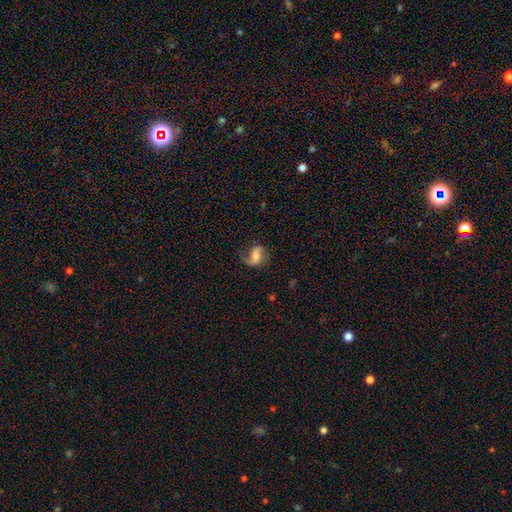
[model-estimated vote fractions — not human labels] A featured or disk galaxy (62%) with a weak bar (41%), 2 (60%) loose (60%) spiral arms (90%) and a moderate central bulge (36%).

Vote fractions:
- Smooth or featured? featured or disk: 62% / smooth: 30% / star or artifact: 9%
- Edge-on disk? no: 97% / yes: 3%
- Bar? weak: 41% / no: 39% / strong: 19%
- Spiral arms? yes: 90% / no: 10%
- Spiral winding? loose: 60% / medium: 31% / tight: 8%
- Spiral arm count? 2: 60% / 1: 35% / can't tell: 3% / 3: 1% / 4: 1% / more than 4: 1%
- Bulge size? moderate: 36% / small: 27% / none: 18% / large: 16% / dominant: 3%
- Merging? none: 49% / major disturbance: 26% / minor disturbance: 23% / merger: 3%